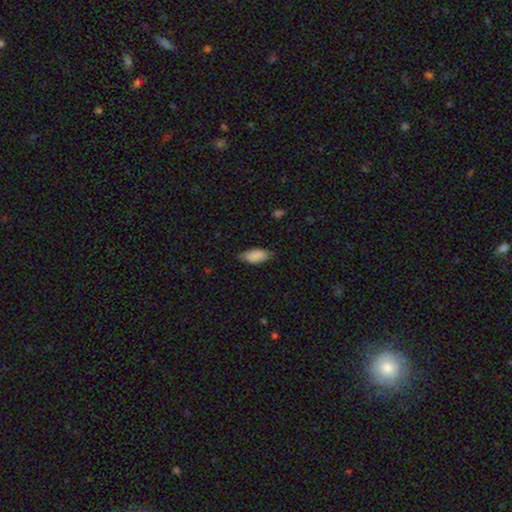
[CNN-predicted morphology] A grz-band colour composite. It shows a smooth galaxy with no disk features (85%) that is in between round and cigar-shaped (89%). Merging: none (67%).